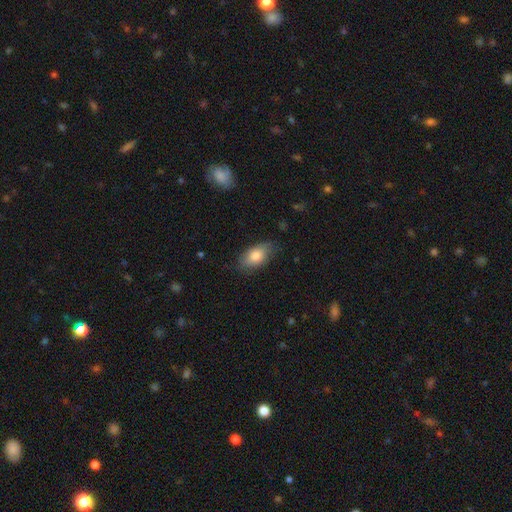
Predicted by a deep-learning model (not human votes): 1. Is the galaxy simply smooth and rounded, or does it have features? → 78% smooth, 15% featured or disk, 7% star or artifact.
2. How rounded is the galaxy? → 91% in between, 5% round, 3% cigar-shaped.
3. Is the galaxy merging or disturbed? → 72% none, 22% minor disturbance, 5% major disturbance, 1% merger.